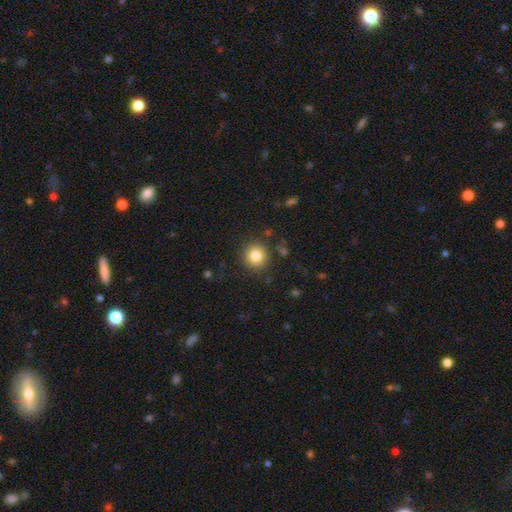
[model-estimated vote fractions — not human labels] A smooth galaxy with no disk features (83%) that is round (92%).

Vote fractions:
- Smooth or featured? smooth: 83% / star or artifact: 11% / featured or disk: 6%
- How rounded? round: 92% / in between: 8% / cigar-shaped: 1%
- Merging? none: 89% / minor disturbance: 7% / major disturbance: 3% / merger: 2%